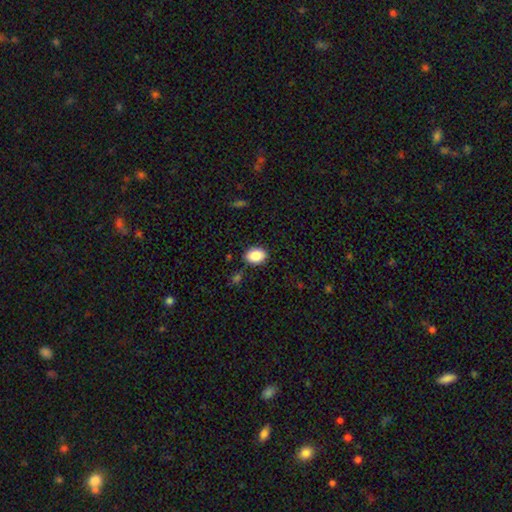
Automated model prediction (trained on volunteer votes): A smooth galaxy with no disk features (87%) that is in between round and cigar-shaped (77%).

Vote fractions:
- Smooth or featured? smooth: 87% / star or artifact: 8% / featured or disk: 5%
- How rounded? in between: 77% / round: 22% / cigar-shaped: 1%
- Merging? none: 85% / minor disturbance: 10% / major disturbance: 3% / merger: 2%